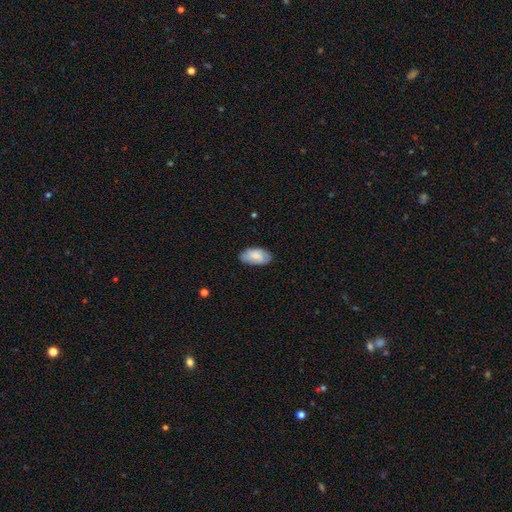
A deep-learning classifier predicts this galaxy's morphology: A smooth galaxy with no disk features (77%) that is in between round and cigar-shaped (94%). Merging: none (75%).